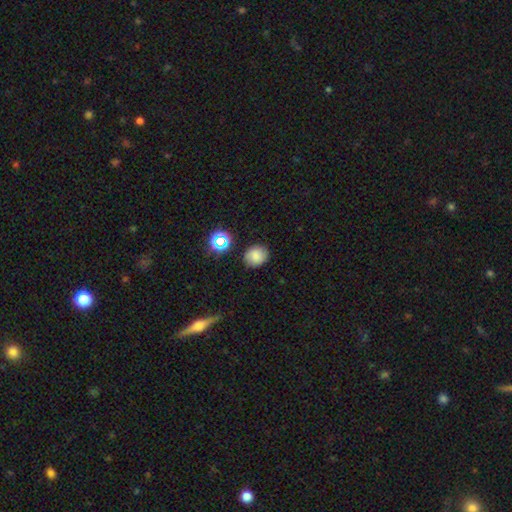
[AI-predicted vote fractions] Smooth or featured? Predicted: smooth (p=0.76). How rounded? Predicted: round (p=0.76). Merging? Predicted: none (p=0.84).